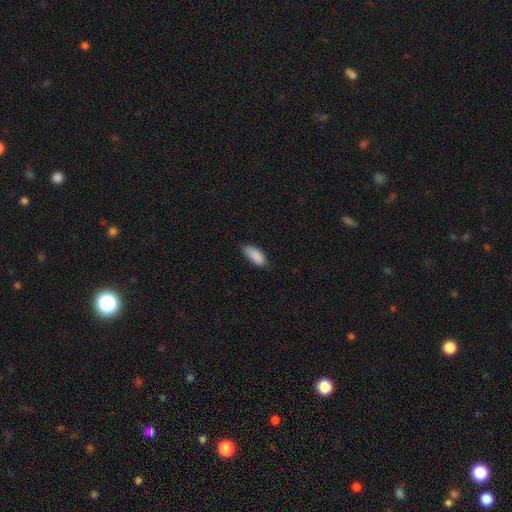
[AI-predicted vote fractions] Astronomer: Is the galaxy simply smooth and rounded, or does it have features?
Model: smooth — 89%.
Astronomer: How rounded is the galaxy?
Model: in between — 86%.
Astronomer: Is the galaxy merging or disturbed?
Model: none — 72%.